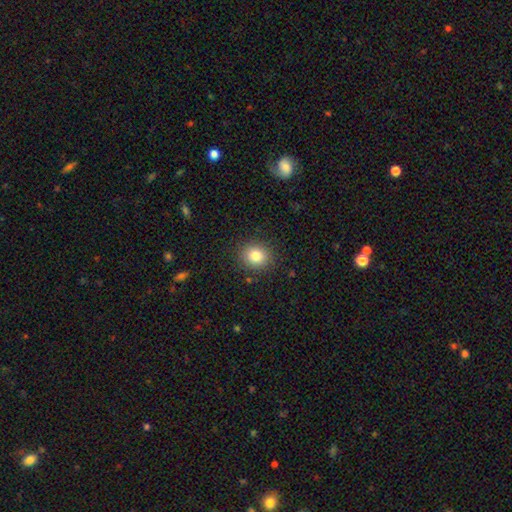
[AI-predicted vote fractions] This appears to be a smooth galaxy with no disk features (83%) that is round (74%). Merging: none (88%).